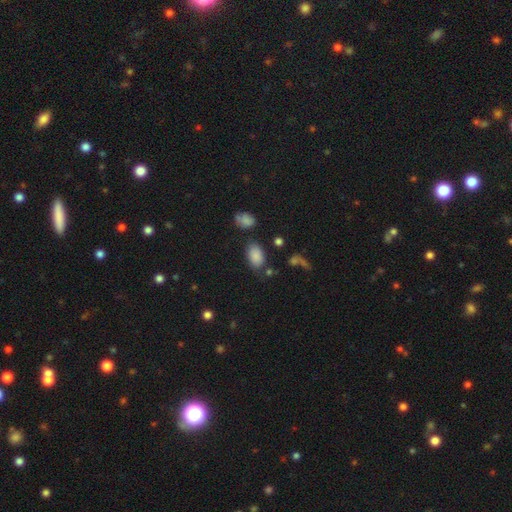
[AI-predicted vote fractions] Morphology: type=smooth (84%); roundness=in between (91%); merging=none (72%).